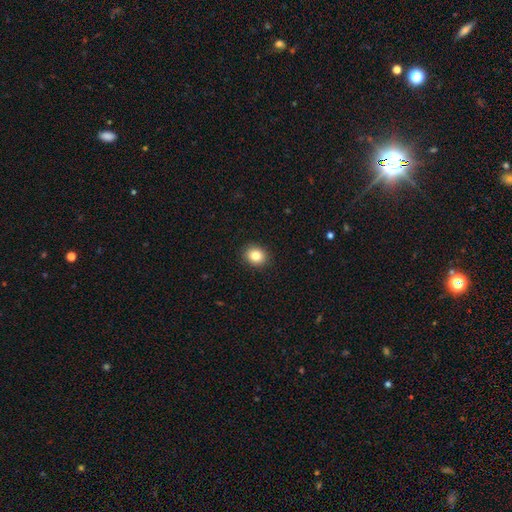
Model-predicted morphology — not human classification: smooth 84%, star or artifact 10%, featured or disk 6%. Down the decision tree: how rounded — round (68%); merging — none (91%).